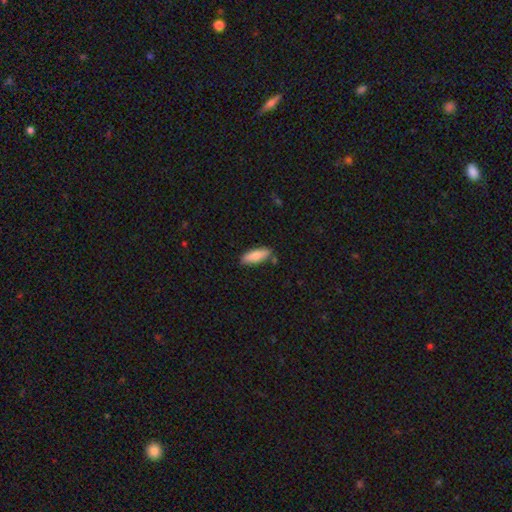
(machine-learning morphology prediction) Smooth or featured: smooth — 80% (featured or disk — 14%)
How rounded: in between — 58% (cigar-shaped — 40%)
Merging: none — 82% (minor disturbance — 12%)